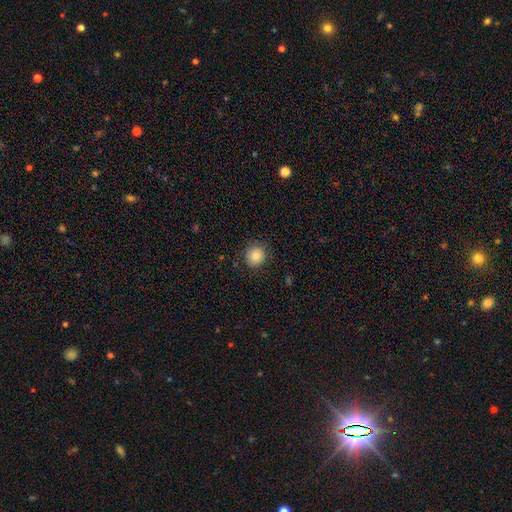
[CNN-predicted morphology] Smooth or featured: smooth — 84% (star or artifact — 10%)
How rounded: round — 85% (in between — 14%)
Merging: none — 86% (minor disturbance — 10%)